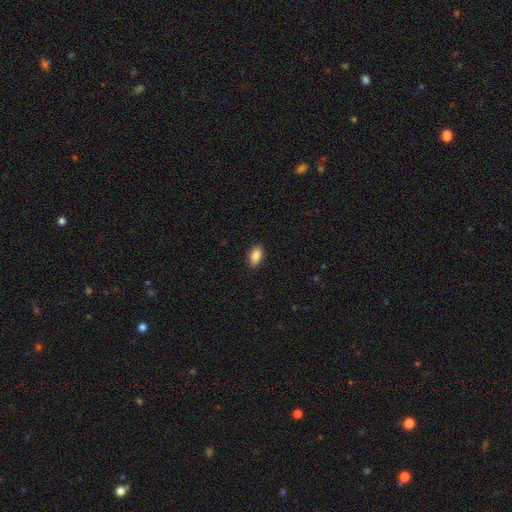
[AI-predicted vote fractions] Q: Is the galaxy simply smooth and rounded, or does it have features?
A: smooth — 87%.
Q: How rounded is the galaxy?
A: in between — 92%.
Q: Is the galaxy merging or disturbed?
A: none — 90%.